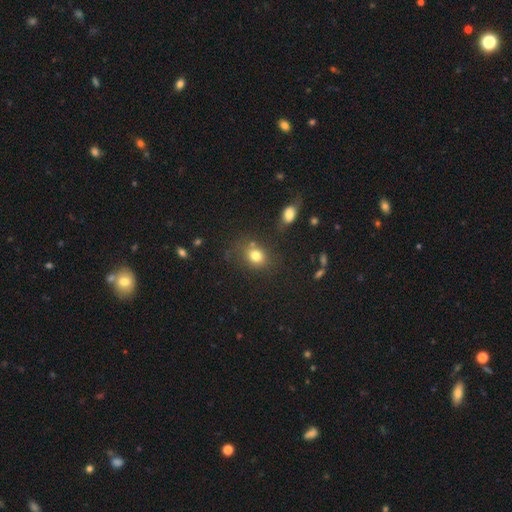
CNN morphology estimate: The model was most divided on "how rounded": round: 54%, in between: 45%, cigar-shaped: 1%. More confident: smooth or featured — smooth (79%); merging — none (70%).